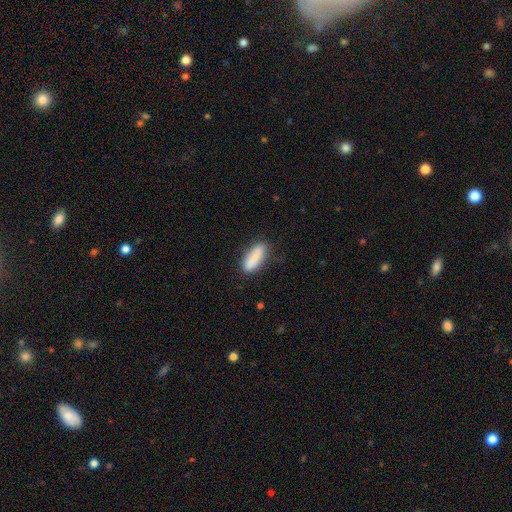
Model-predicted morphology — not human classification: A smooth galaxy with no disk features (85%) that is in between round and cigar-shaped (63%).

Vote fractions:
- Smooth or featured? smooth: 85% / featured or disk: 9% / star or artifact: 6%
- How rounded? in between: 63% / cigar-shaped: 35% / round: 2%
- Merging? none: 74% / minor disturbance: 19% / major disturbance: 5% / merger: 3%